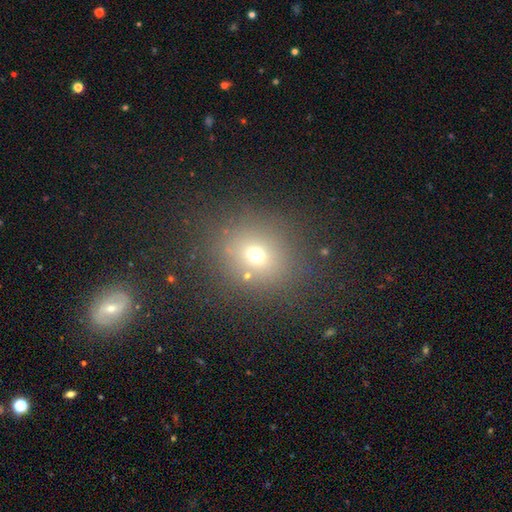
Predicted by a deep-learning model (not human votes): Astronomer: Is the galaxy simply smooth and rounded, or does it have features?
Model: smooth — 66%.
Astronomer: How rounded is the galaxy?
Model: round — 77%.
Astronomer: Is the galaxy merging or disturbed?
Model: none — 81%.